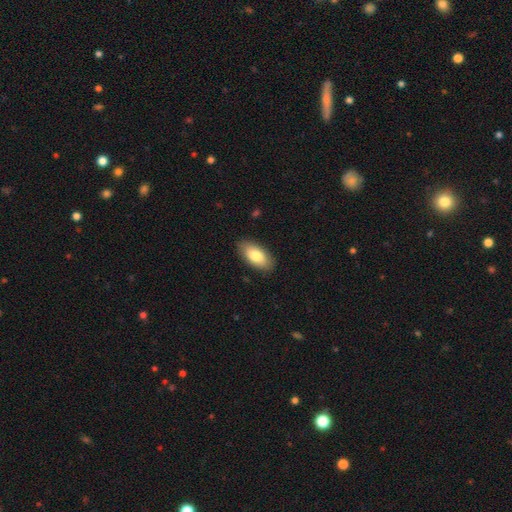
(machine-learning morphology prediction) smooth-or-featured: smooth: 81% | featured or disk: 13% | star or artifact: 6%
  how-rounded: in between: 92% | cigar-shaped: 5% | round: 3%
  merging: none: 87% | minor disturbance: 10% | major disturbance: 2% | merger: 1%